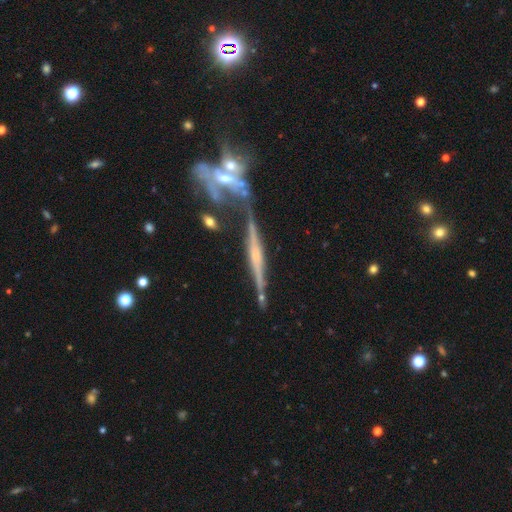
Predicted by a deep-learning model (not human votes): A featured or disk galaxy (78%) viewed edge-on (94%) with a rounded central bulge (58%).

Vote fractions:
- Smooth or featured? featured or disk: 78% / smooth: 13% / star or artifact: 9%
- Edge-on disk? yes: 94% / no: 6%
- Edge-on bulge? rounded: 58% / none: 22% / boxy: 21%
- Merging? none: 51% / merger: 26% / minor disturbance: 15% / major disturbance: 7%